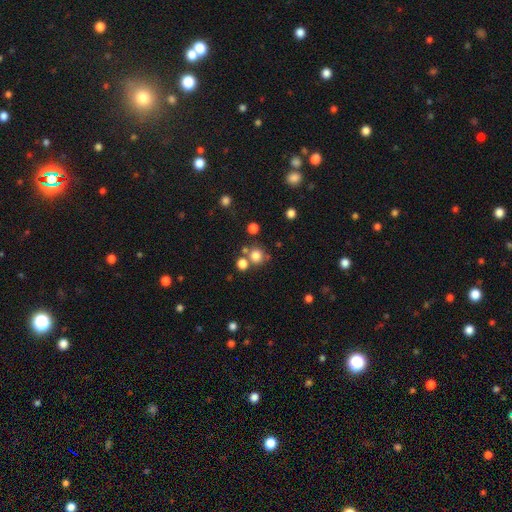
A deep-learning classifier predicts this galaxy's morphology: Smooth or featured: smooth — 78% (star or artifact — 15%)
How rounded: round — 91% (in between — 9%)
Merging: none — 68% (merger — 19%)